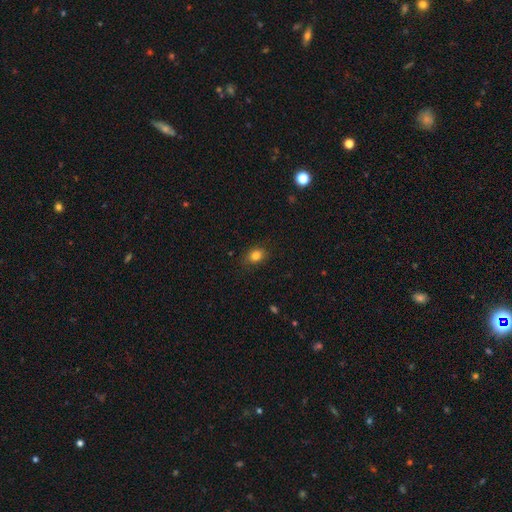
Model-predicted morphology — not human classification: A smooth galaxy with no disk features (82%) that is in between round and cigar-shaped (66%).

Vote fractions:
- Smooth or featured? smooth: 82% / star or artifact: 11% / featured or disk: 7%
- How rounded? in between: 66% / round: 33% / cigar-shaped: 1%
- Merging? none: 84% / minor disturbance: 12% / major disturbance: 3% / merger: 1%